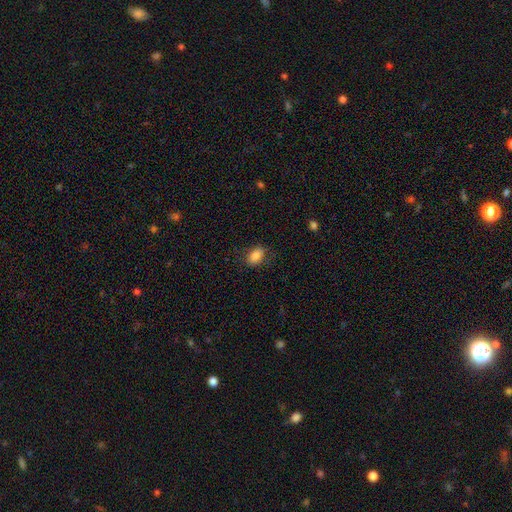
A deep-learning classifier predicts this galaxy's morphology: type=smooth (84%); roundness=in between (86%); merging=none (80%).